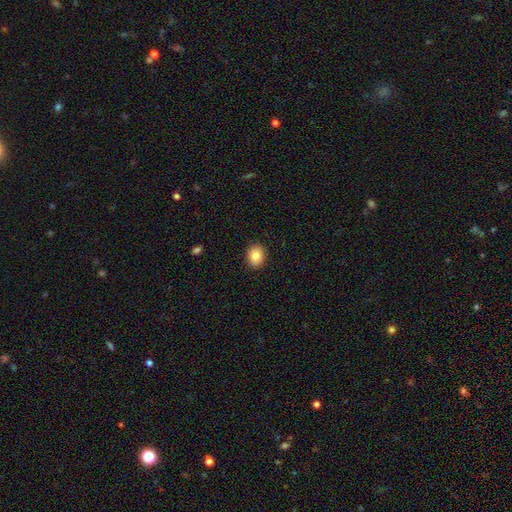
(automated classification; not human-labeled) Smooth or featured?
  - smooth: 84% *
  - star or artifact: 9%
  - featured or disk: 7%
How rounded?
  - round: 50% *
  - in between: 49%
  - cigar-shaped: 1%
Merging?
  - none: 91% *
  - minor disturbance: 7%
  - major disturbance: 2%
  - merger: 1%